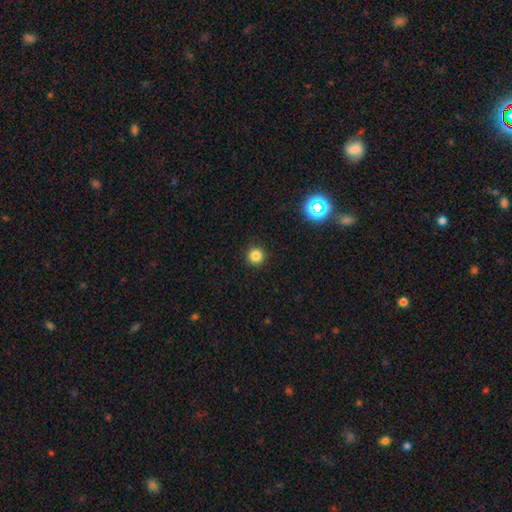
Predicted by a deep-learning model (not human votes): Smooth or featured: smooth — 83% (star or artifact — 13%)
How rounded: round — 96% (in between — 3%)
Merging: none — 93% (minor disturbance — 4%)